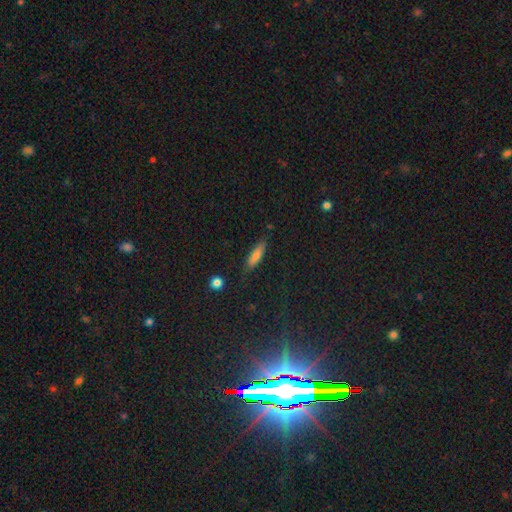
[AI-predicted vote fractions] smooth 69%, featured or disk 19%, star or artifact 12%. Down the decision tree: how rounded — cigar-shaped (71%); merging — none (83%).